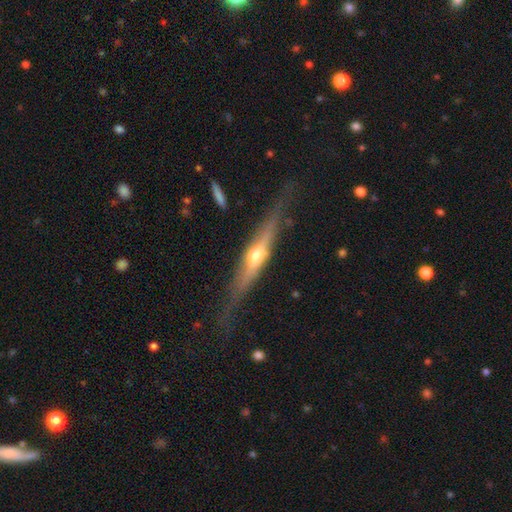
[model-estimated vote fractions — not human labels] Smooth or featured: featured or disk — 69% (smooth — 25%)
Edge-on disk: yes — 95% (no — 5%)
Edge-on bulge: rounded — 91% (boxy — 5%)
Merging: none — 76% (minor disturbance — 17%)